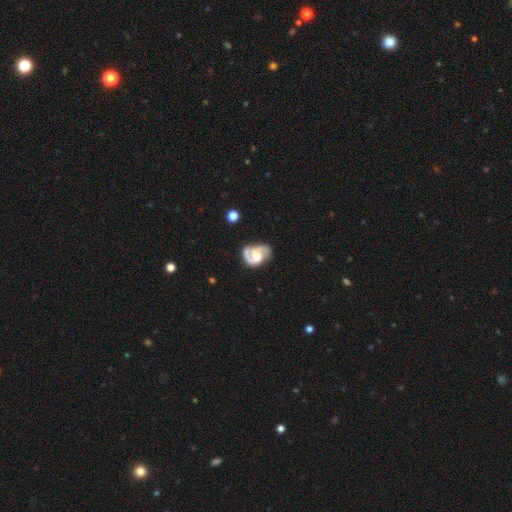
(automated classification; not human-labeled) Smooth or featured? Predicted: featured or disk (p=0.80). Edge-on disk? Predicted: no (p=0.98). Bar? Predicted: no (p=0.44). Spiral arms? Predicted: yes (p=0.94). Spiral winding? Predicted: medium (p=0.49). Spiral arm count? Predicted: 2 (p=0.79). Bulge size? Predicted: moderate (p=0.41). Merging? Predicted: none (p=0.59).